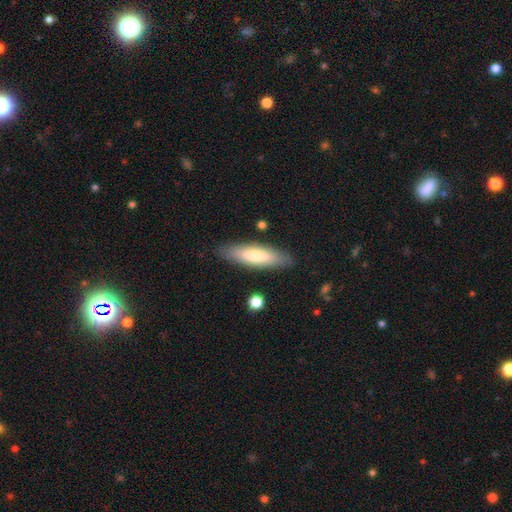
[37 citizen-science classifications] This appears to be a smooth galaxy with no disk features (65%) that is in between round and cigar-shaped (58%). Merging: none (89%).